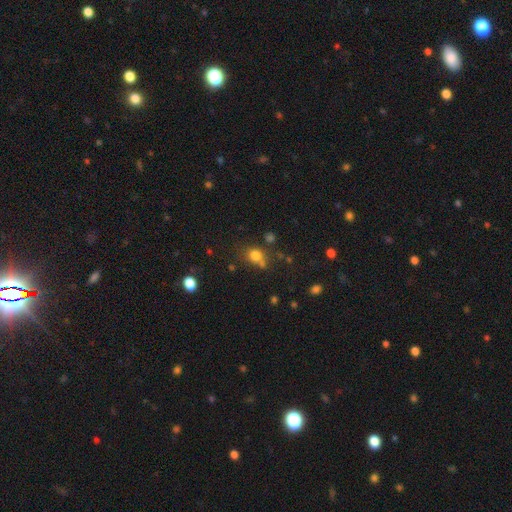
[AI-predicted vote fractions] Smooth or featured? smooth (76%)
How rounded? round (69%)
Merging? none (57%)